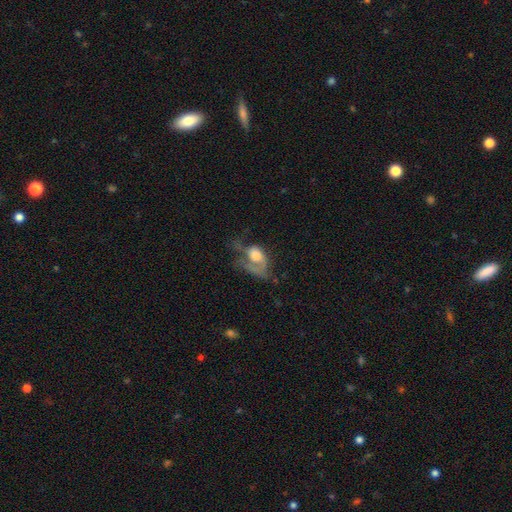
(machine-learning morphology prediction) Q: Smooth or featured?
A: featured or disk (49%); runner-up: smooth (43%)
Q: Merging?
A: major disturbance (58%); runner-up: none (20%)